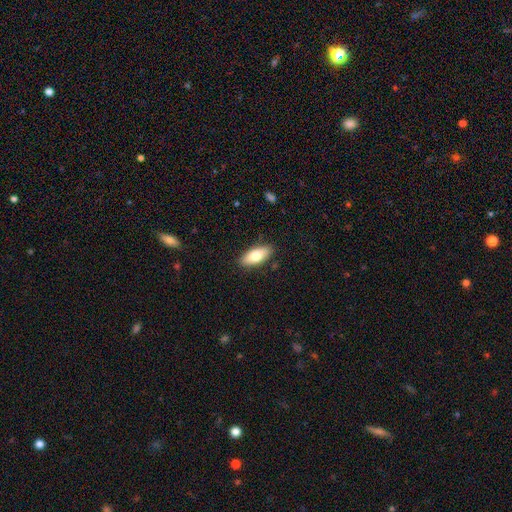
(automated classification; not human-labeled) A smooth galaxy with no disk features (76%) that is in between round and cigar-shaped (82%).

Vote fractions:
- Smooth or featured? smooth: 76% / featured or disk: 17% / star or artifact: 6%
- How rounded? in between: 82% / cigar-shaped: 15% / round: 2%
- Merging? none: 87% / minor disturbance: 10% / major disturbance: 2% / merger: 1%